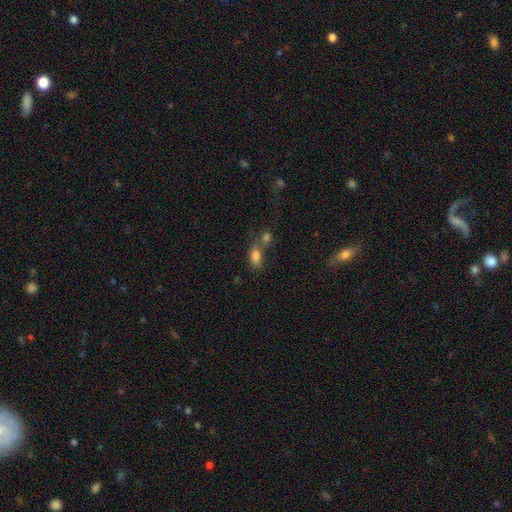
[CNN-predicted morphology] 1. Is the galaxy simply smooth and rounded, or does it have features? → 80% smooth, 11% star or artifact, 9% featured or disk.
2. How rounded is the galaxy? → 84% in between, 12% round, 3% cigar-shaped.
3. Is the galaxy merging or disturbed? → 46% merger, 34% none, 13% minor disturbance, 7% major disturbance.